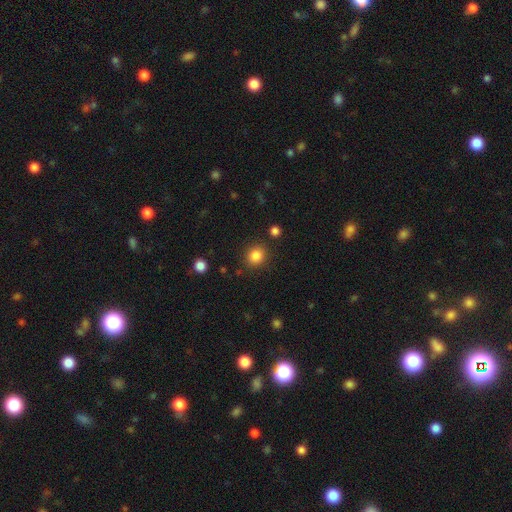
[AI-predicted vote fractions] smooth 85%, star or artifact 11%, featured or disk 4%. Down the decision tree: how rounded — round (79%); merging — none (87%).